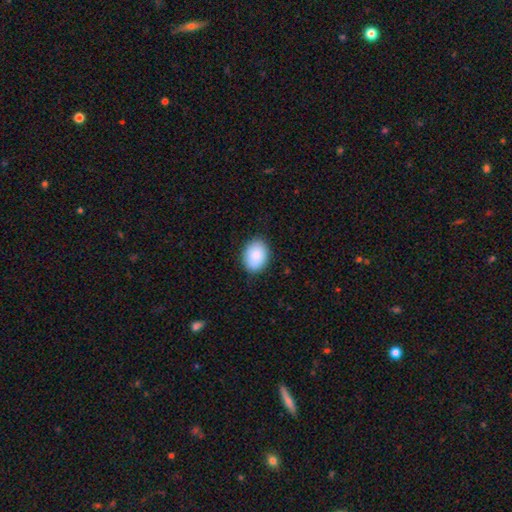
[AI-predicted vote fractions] Smooth or featured: smooth — 88% (star or artifact — 6%)
How rounded: in between — 73% (round — 26%)
Merging: none — 86% (minor disturbance — 10%)